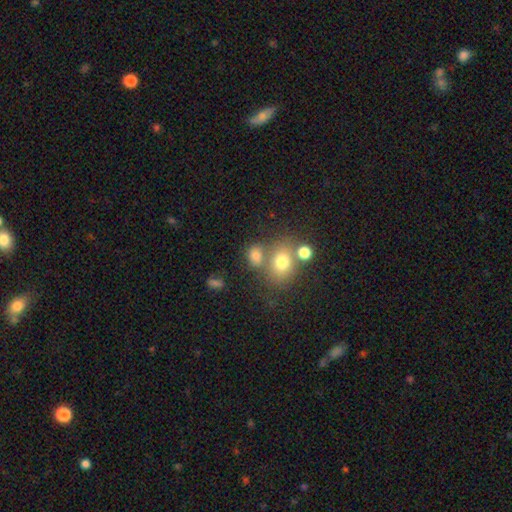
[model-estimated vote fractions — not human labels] smooth-or-featured: smooth: 72% | star or artifact: 16% | featured or disk: 12%
  how-rounded: in between: 51% | round: 48% | cigar-shaped: 1%
  merging: none: 48% | merger: 34% | minor disturbance: 12% | major disturbance: 6%